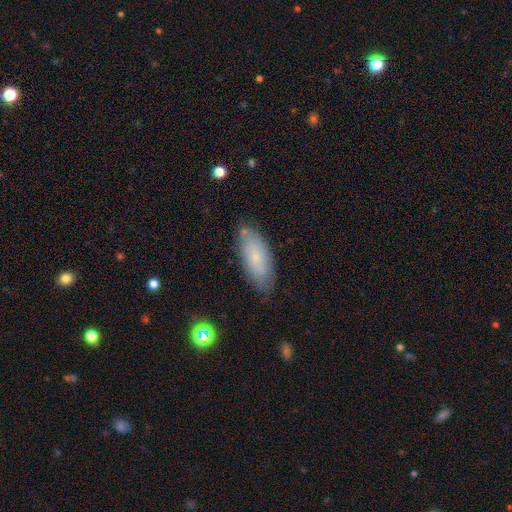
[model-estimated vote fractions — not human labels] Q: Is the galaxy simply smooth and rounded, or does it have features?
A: smooth — 70%.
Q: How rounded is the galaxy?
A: in between — 80%.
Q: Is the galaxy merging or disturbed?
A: none — 76%.